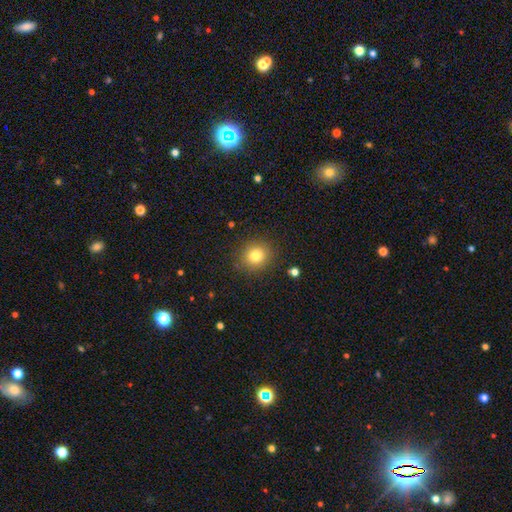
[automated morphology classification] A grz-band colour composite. It shows a smooth galaxy with no disk features (80%) that is round (85%). Merging: none (88%).